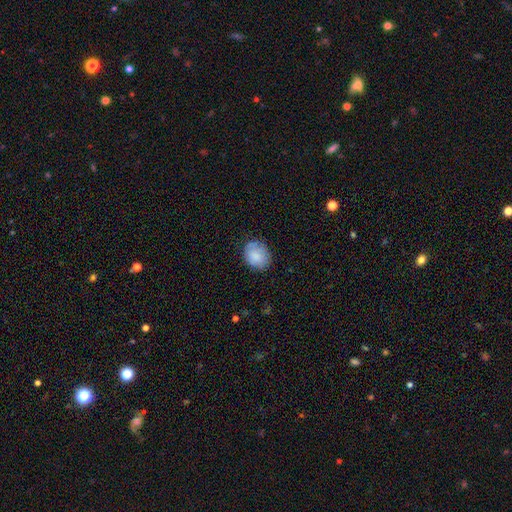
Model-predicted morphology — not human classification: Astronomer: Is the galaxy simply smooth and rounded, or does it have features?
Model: smooth — 83%.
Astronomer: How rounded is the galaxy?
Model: in between — 50% (runner-up: round, 49%).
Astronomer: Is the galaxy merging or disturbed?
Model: none — 73%.